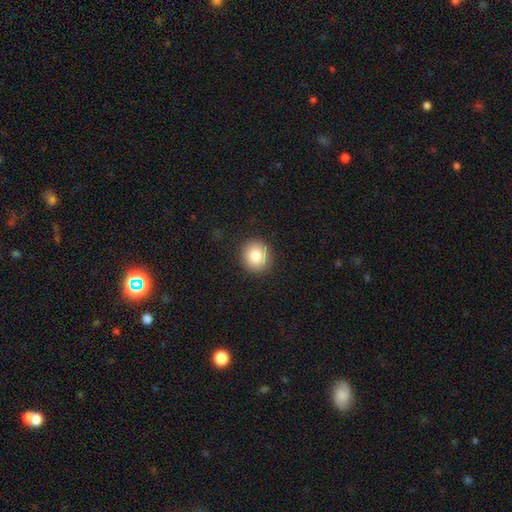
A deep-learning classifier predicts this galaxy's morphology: Smooth or featured?
  - smooth: 85% *
  - star or artifact: 9%
  - featured or disk: 7%
How rounded?
  - round: 85% *
  - in between: 14%
  - cigar-shaped: 1%
Merging?
  - none: 90% *
  - minor disturbance: 7%
  - major disturbance: 2%
  - merger: 1%